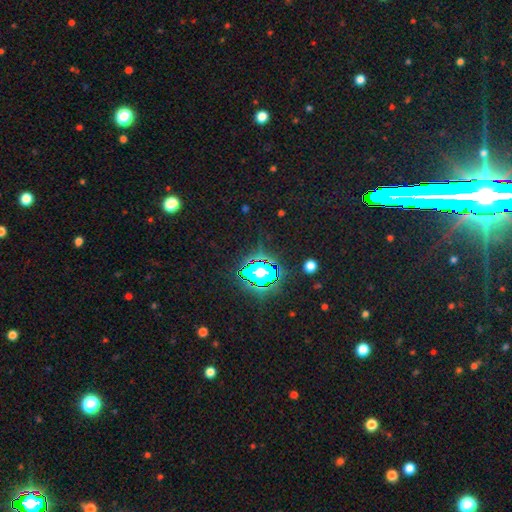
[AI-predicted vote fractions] Overall: star or artifact (76%).